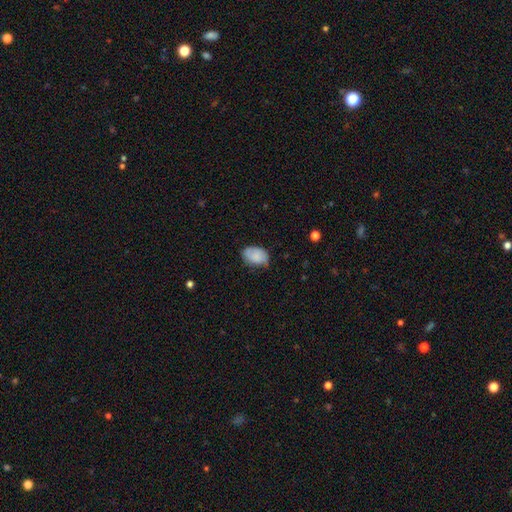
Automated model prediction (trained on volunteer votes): Q: Smooth or featured?
A: smooth (78%); runner-up: featured or disk (15%)
Q: How rounded?
A: in between (83%); runner-up: round (16%)
Q: Merging?
A: none (61%); runner-up: minor disturbance (31%)